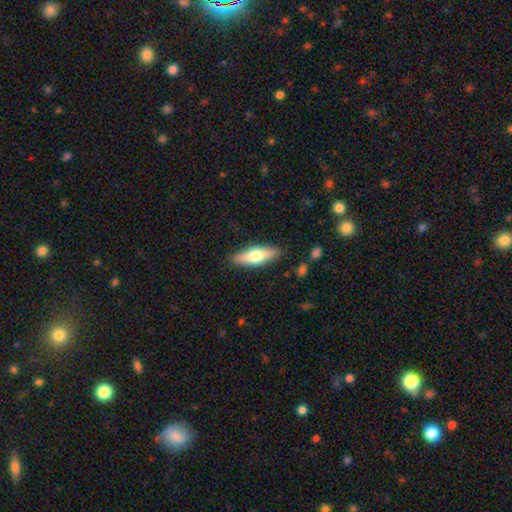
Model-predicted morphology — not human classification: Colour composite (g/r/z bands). It shows a smooth galaxy with no disk features (61%) that is in between round and cigar-shaped (54%). Merging: none (86%).